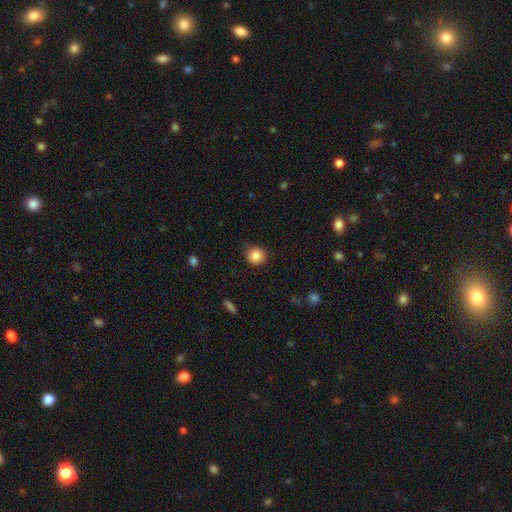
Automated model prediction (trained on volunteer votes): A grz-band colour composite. It shows a smooth galaxy with no disk features (84%) that is round (90%). Merging: none (84%).